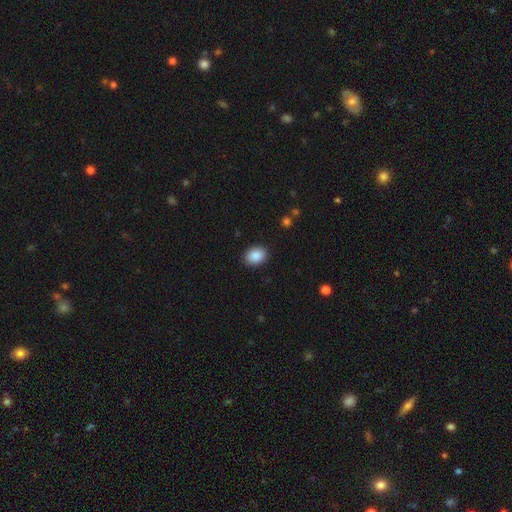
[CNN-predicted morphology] This appears to be a smooth galaxy with no disk features (89%) that is in between round and cigar-shaped (70%). Merging: none (89%).